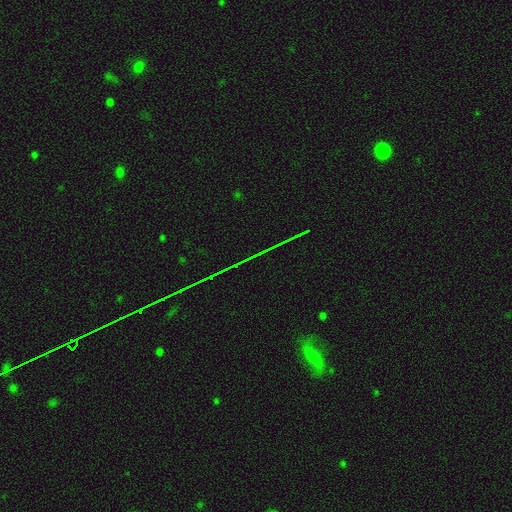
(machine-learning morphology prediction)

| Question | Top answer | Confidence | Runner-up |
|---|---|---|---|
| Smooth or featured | star or artifact | 78% | smooth (11%) |